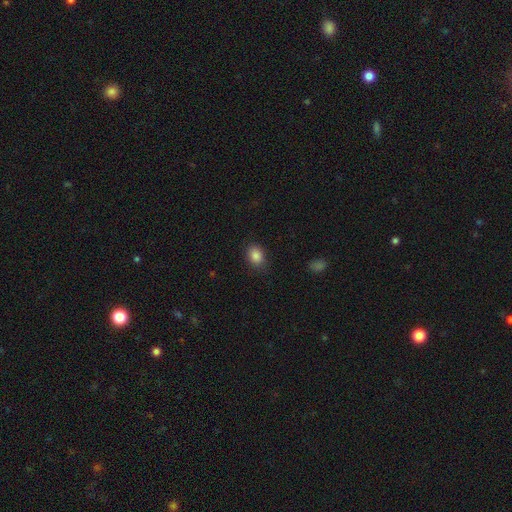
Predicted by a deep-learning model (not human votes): Smooth or featured?
  - smooth: 86% *
  - star or artifact: 10%
  - featured or disk: 5%
How rounded?
  - in between: 66% *
  - round: 33%
  - cigar-shaped: 1%
Merging?
  - none: 83% *
  - minor disturbance: 13%
  - major disturbance: 3%
  - merger: 1%